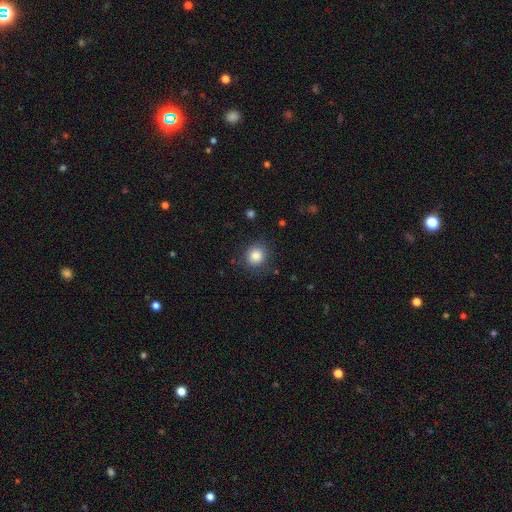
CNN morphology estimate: smooth_or_featured: smooth (p=0.84) [alt: star or artifact p=0.10]
how_rounded: round (p=0.85) [alt: in between p=0.14]
merging: none (p=0.85) [alt: minor disturbance p=0.11]